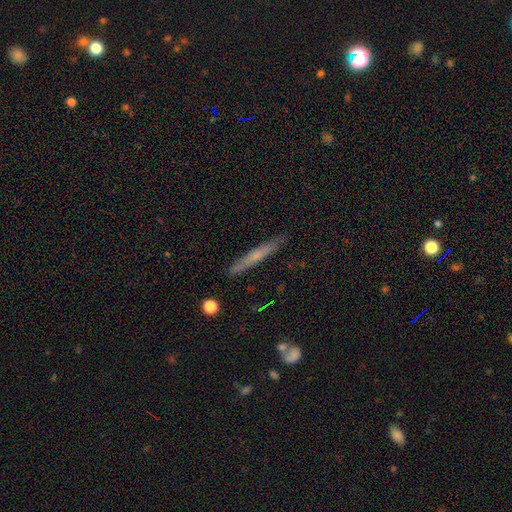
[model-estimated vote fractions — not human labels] The model was most divided on "smooth or featured": smooth: 47%, featured or disk: 46%, star or artifact: 7%. More confident: merging — none (89%).